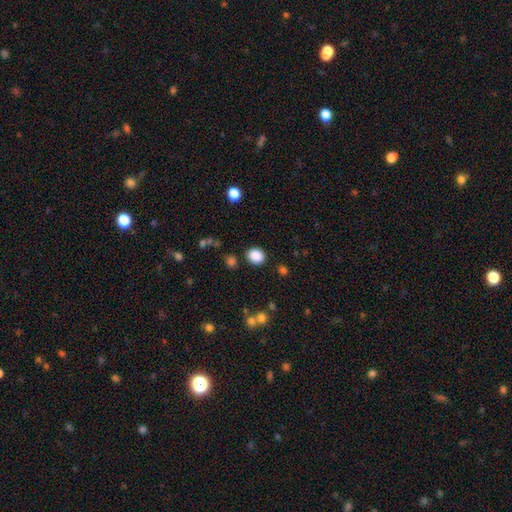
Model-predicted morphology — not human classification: smooth 87%, star or artifact 10%, featured or disk 3%. Down the decision tree: how rounded — round (63%); merging — none (85%).